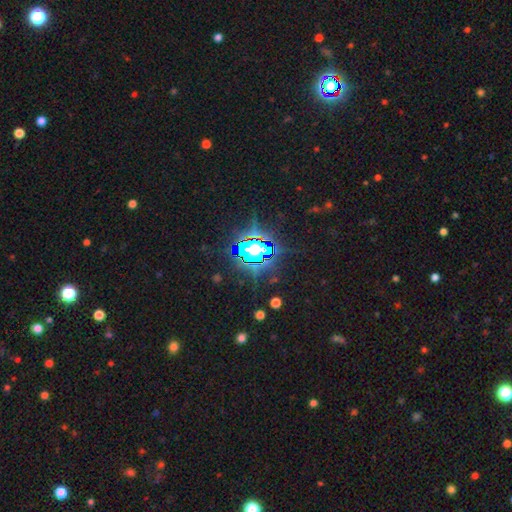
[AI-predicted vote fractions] This appears to be a star or artifact, not a galaxy (84%).